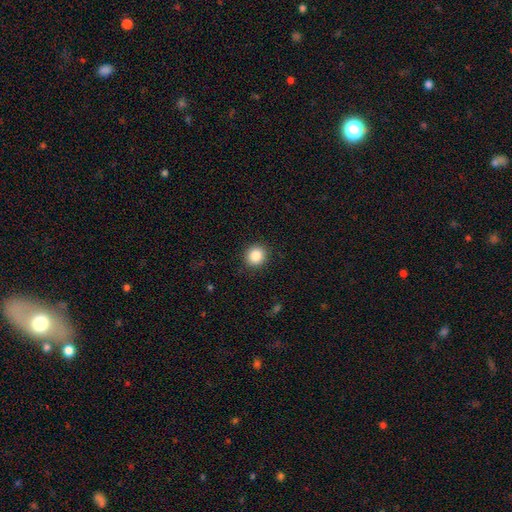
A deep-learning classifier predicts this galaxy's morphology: smooth 86%, star or artifact 10%, featured or disk 4%. Down the decision tree: how rounded — round (86%); merging — none (90%).